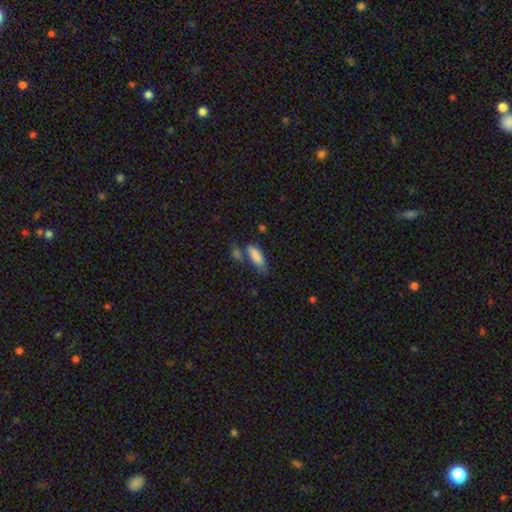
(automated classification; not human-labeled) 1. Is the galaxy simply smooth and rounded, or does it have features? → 85% smooth, 8% featured or disk, 7% star or artifact.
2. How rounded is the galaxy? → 72% in between, 26% cigar-shaped, 2% round.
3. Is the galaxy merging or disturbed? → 50% none, 23% merger, 20% minor disturbance, 7% major disturbance.